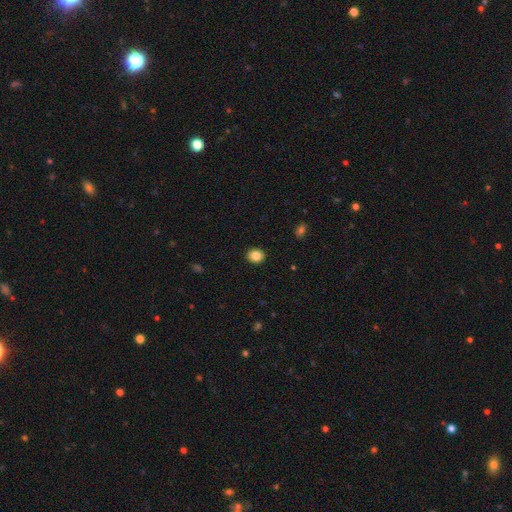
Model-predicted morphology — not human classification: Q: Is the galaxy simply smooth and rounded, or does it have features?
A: smooth — 85%.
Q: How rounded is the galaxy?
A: round — 69%.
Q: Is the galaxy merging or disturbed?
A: none — 92%.